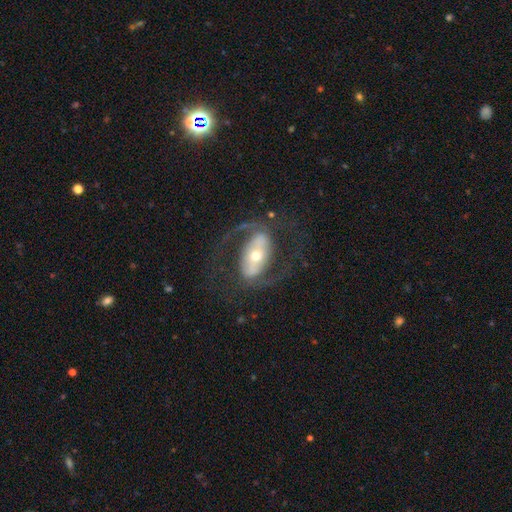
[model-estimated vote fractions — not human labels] featured or disk 82%, smooth 12%, star or artifact 5%. Down the decision tree: edge-on disk — no (94%); bar — strong (50%); spiral arms — yes (84%); spiral arm count — 2 (89%); spiral winding — medium (51%); bulge size — moderate (53%); merging — none (69%).